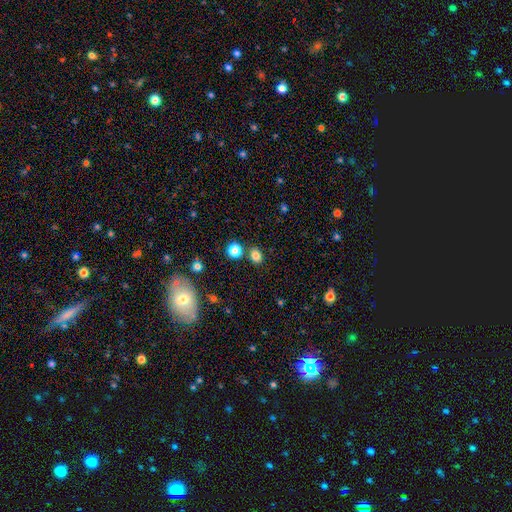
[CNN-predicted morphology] Smooth or featured? smooth (81%)
How rounded? round (52%)
Merging? none (76%)